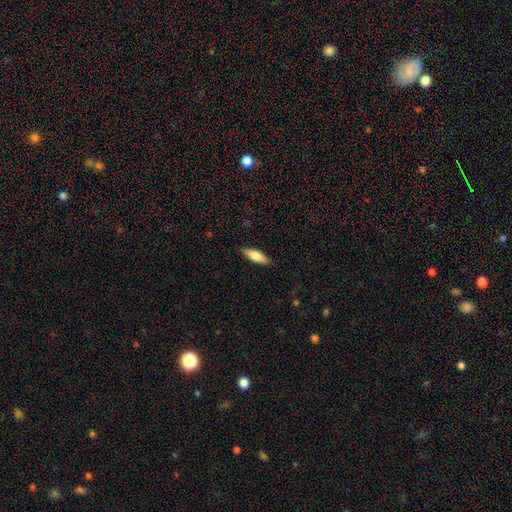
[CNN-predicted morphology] This is likely a smooth galaxy (71%). How rounded: possibly in between (52%). Merging: clearly none (87%).